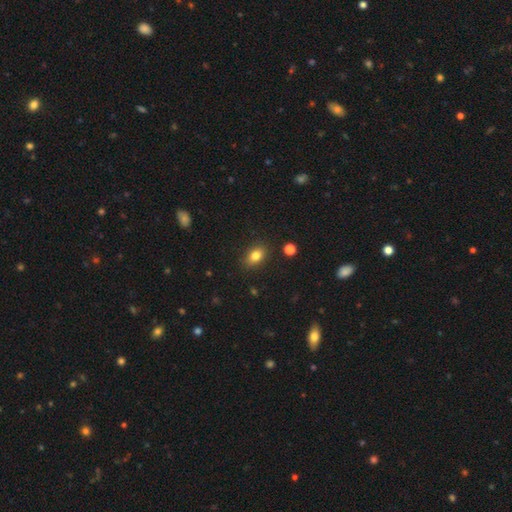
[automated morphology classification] smooth-or-featured: smooth: 82% | star or artifact: 10% | featured or disk: 8%
  how-rounded: in between: 79% | round: 18% | cigar-shaped: 2%
  merging: none: 86% | minor disturbance: 10% | major disturbance: 2% | merger: 2%